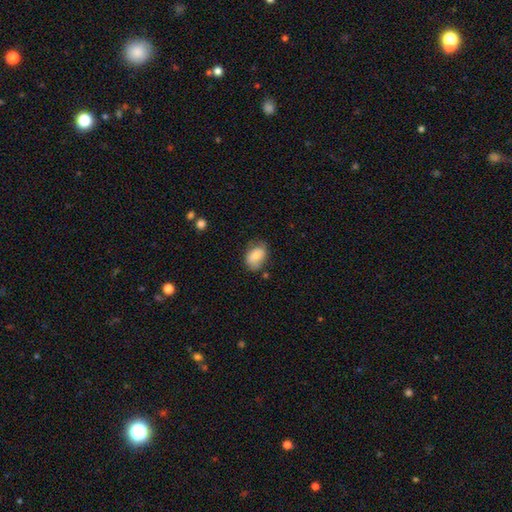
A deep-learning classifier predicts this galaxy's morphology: smooth-or-featured: smooth: 77% | featured or disk: 15% | star or artifact: 7%
  how-rounded: in between: 80% | round: 19% | cigar-shaped: 1%
  merging: none: 64% | minor disturbance: 26% | major disturbance: 7% | merger: 4%